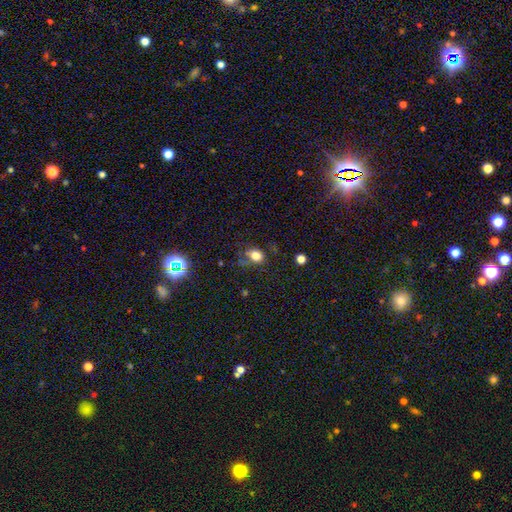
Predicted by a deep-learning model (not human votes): smooth_or_featured: smooth (p=0.77) [alt: star or artifact p=0.14]
how_rounded: in between (p=0.51) [alt: round p=0.48]
merging: none (p=0.58) [alt: minor disturbance p=0.25]